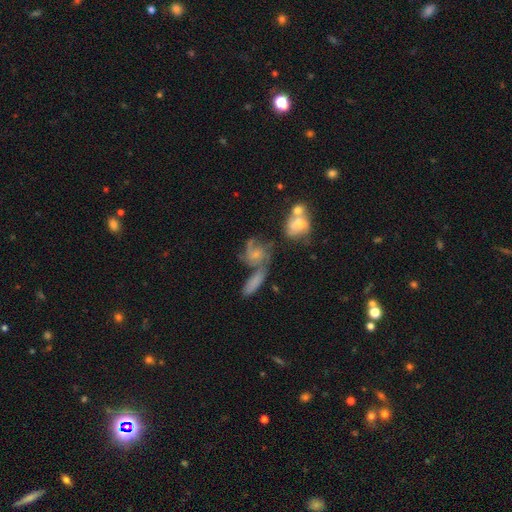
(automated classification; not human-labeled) Morphology: type=featured or disk (70%); edge-on=no (95%); bar=no (67%); spiral arms=yes (90%); winding=medium (48%); arm count=2 (41%); bulge=small (56%); merging=none (38%).